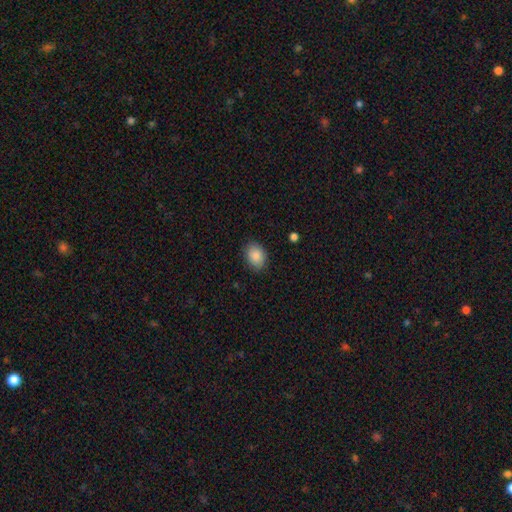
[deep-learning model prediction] A smooth galaxy with no disk features (88%) that is in between round and cigar-shaped (67%). Merging: none (86%).